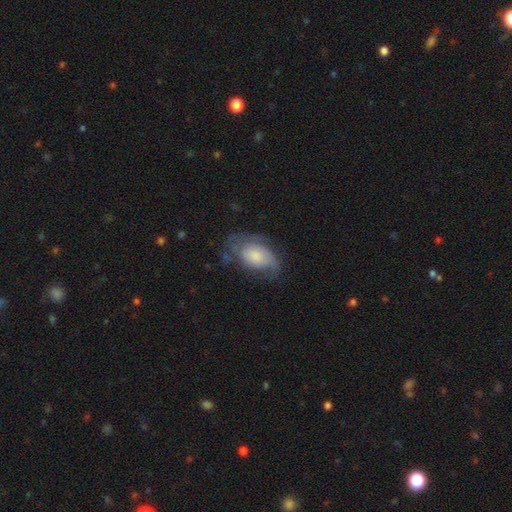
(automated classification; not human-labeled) smooth_or_featured: smooth (p=0.54) [alt: featured or disk p=0.38]
how_rounded: in between (p=0.90) [alt: round p=0.08]
merging: none (p=0.46) [alt: minor disturbance p=0.31]